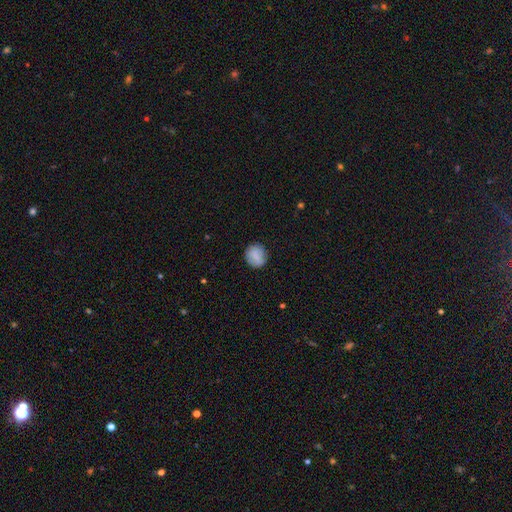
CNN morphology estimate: Smooth or featured? smooth (78%)
How rounded? round (79%)
Merging? none (83%)